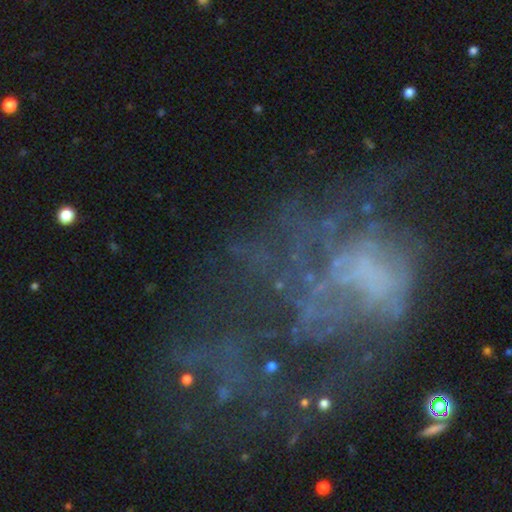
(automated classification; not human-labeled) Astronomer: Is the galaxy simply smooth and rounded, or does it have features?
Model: featured or disk — 56%.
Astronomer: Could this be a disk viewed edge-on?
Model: no — 96%.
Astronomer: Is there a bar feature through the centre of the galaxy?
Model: no — 77%.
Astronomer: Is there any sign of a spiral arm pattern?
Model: no — 59% (runner-up: yes, 41%).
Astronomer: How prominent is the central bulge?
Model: none — 57%.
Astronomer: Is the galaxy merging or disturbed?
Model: none — 44% (runner-up: major disturbance, 34%).